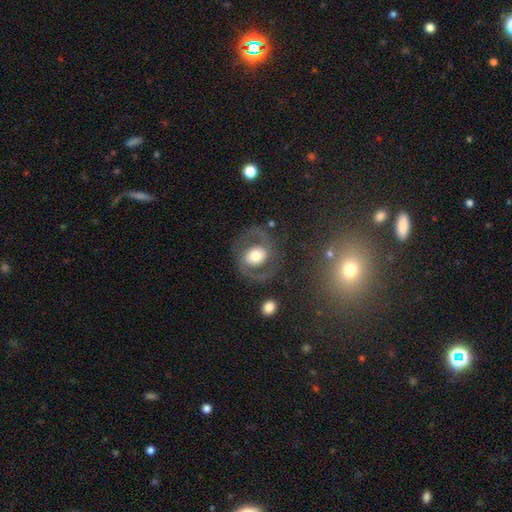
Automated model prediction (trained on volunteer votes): Smooth or featured? Predicted: featured or disk (p=0.70). Edge-on disk? Predicted: no (p=0.97). Bar? Predicted: no (p=0.56). Spiral arms? Predicted: yes (p=0.76). Spiral winding? Predicted: medium (p=0.54). Spiral arm count? Predicted: 2 (p=0.89). Bulge size? Predicted: moderate (p=0.50). Merging? Predicted: none (p=0.76).